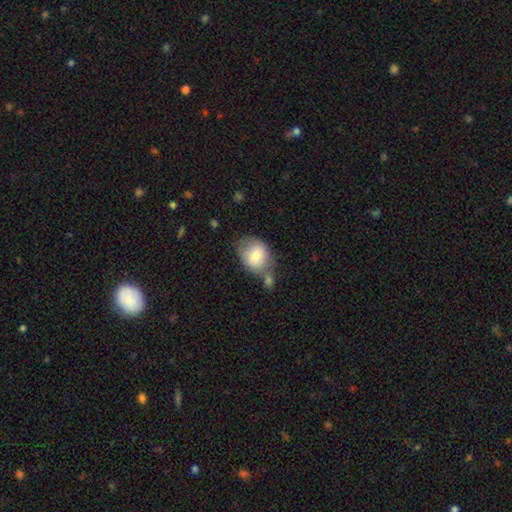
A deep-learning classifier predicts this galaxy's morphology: Smooth or featured: smooth — 73% (featured or disk — 20%)
How rounded: in between — 61% (round — 38%)
Merging: none — 41% (merger — 29%)